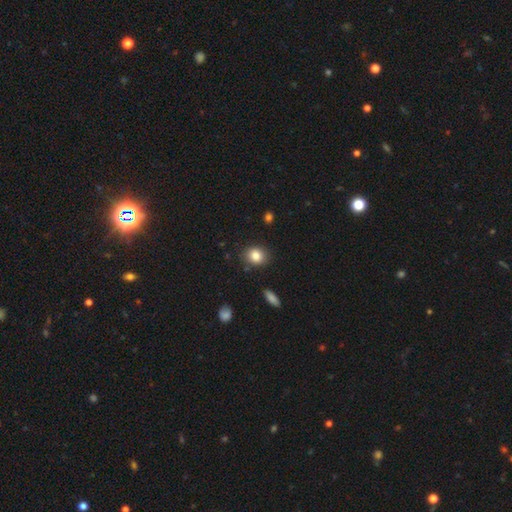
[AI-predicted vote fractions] A smooth galaxy with no disk features (84%) that is round (55%).

Vote fractions:
- Smooth or featured? smooth: 84% / star or artifact: 9% / featured or disk: 6%
- How rounded? round: 55% / in between: 43% / cigar-shaped: 1%
- Merging? none: 86% / minor disturbance: 10% / major disturbance: 3% / merger: 2%